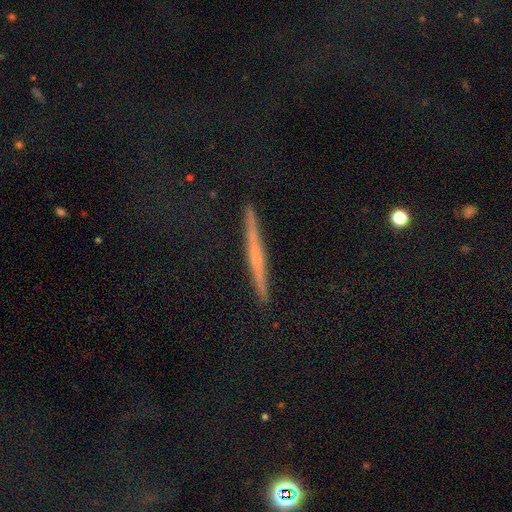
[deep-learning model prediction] Smooth or featured? featured or disk (55%)
Edge-on disk? yes (97%)
Edge-on bulge? none (72%)
Merging? none (91%)